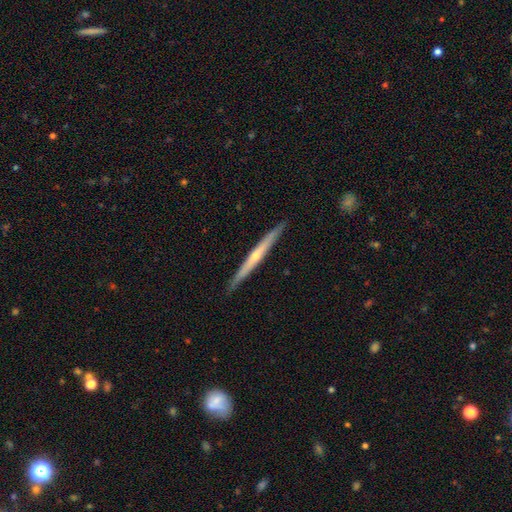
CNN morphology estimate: A featured or disk galaxy (68%) viewed edge-on (97%) with a rounded central bulge (60%).

Vote fractions:
- Smooth or featured? featured or disk: 68% / smooth: 26% / star or artifact: 6%
- Edge-on disk? yes: 97% / no: 3%
- Edge-on bulge? rounded: 60% / none: 37% / boxy: 3%
- Merging? none: 91% / minor disturbance: 7% / major disturbance: 1% / merger: 1%